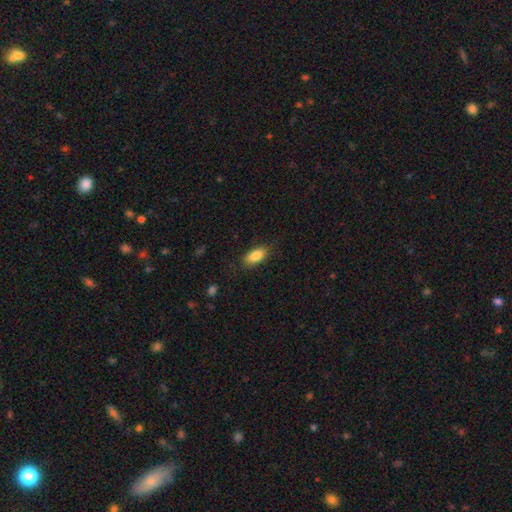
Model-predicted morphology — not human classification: The model was most divided on "merging": none: 83%, minor disturbance: 13%, major disturbance: 3%, merger: 1%. More confident: how rounded — in between (89%); smooth or featured — smooth (85%).